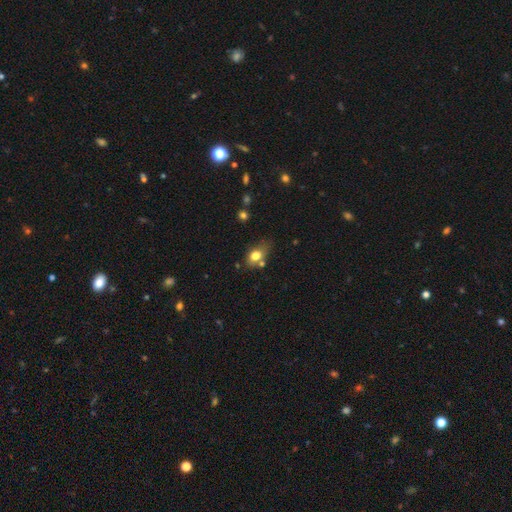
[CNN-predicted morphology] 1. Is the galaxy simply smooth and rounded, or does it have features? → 76% smooth, 14% featured or disk, 10% star or artifact.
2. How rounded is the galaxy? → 77% in between, 21% round, 3% cigar-shaped.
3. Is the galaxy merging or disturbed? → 54% none, 25% minor disturbance, 14% merger, 8% major disturbance.